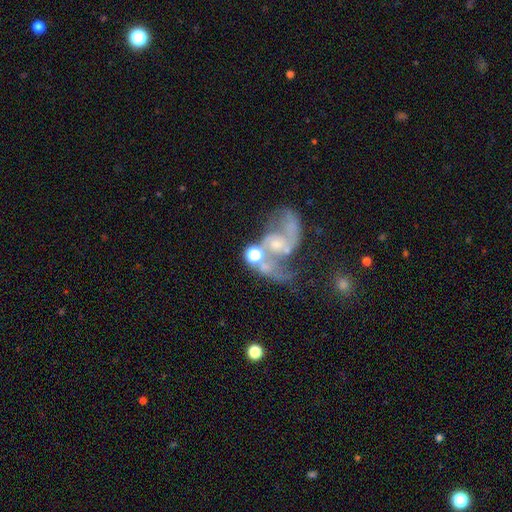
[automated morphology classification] A featured or disk galaxy (76%) with no bar (51%), 2 (74%) loose (51%) spiral arms (85%) and a small central bulge (53%).

Vote fractions:
- Smooth or featured? featured or disk: 76% / smooth: 12% / star or artifact: 12%
- Edge-on disk? no: 97% / yes: 3%
- Bar? no: 51% / weak: 35% / strong: 13%
- Spiral arms? yes: 85% / no: 15%
- Spiral winding? loose: 51% / medium: 37% / tight: 12%
- Spiral arm count? 2: 74% / 1: 15% / can't tell: 6% / 3: 2% / 4: 1% / more than 4: 1%
- Bulge size? small: 53% / moderate: 30% / none: 12% / large: 3% / dominant: 2%
- Merging? merger: 35% / none: 28% / major disturbance: 24% / minor disturbance: 13%